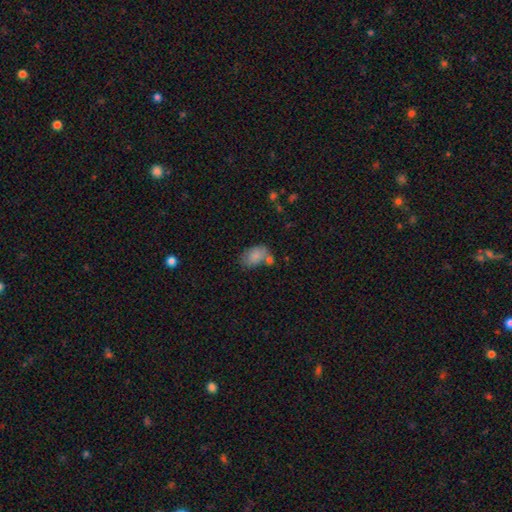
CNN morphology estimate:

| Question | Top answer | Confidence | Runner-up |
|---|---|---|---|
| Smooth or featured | smooth | 82% | featured or disk (10%) |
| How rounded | in between | 87% | round (12%) |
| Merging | none | 51% | merger (21%) |